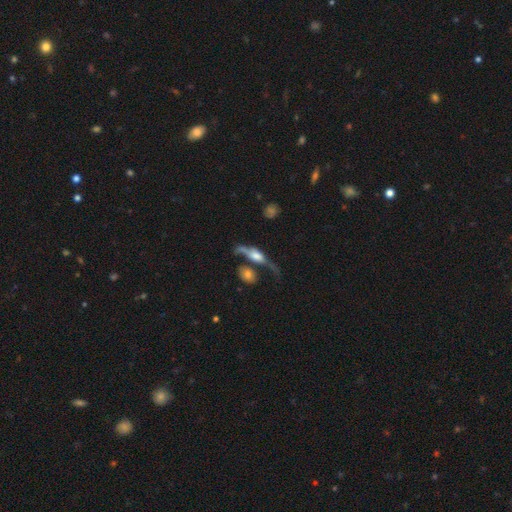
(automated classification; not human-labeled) This is possibly a featured or disk galaxy (59%). It is likely viewed edge-on (64%). Merging: marginally none (30%).